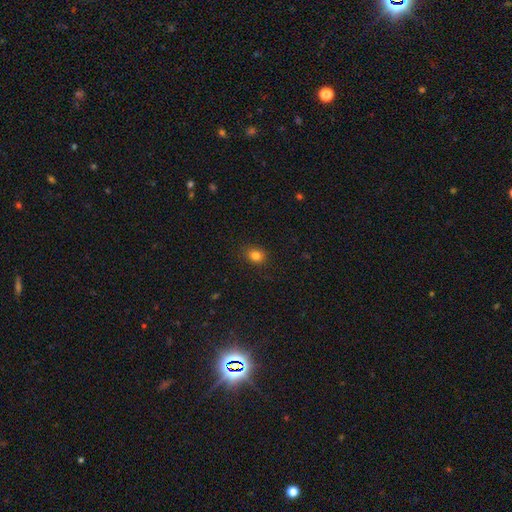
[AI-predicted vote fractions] This is clearly a smooth galaxy (82%). How rounded: likely round (60%). Merging: clearly none (85%).